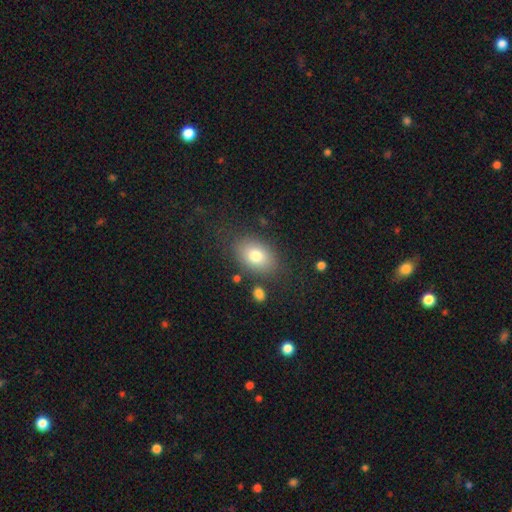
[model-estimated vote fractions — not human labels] Overall: smooth (79%). How rounded: in between (81%). Merging: none (79%).